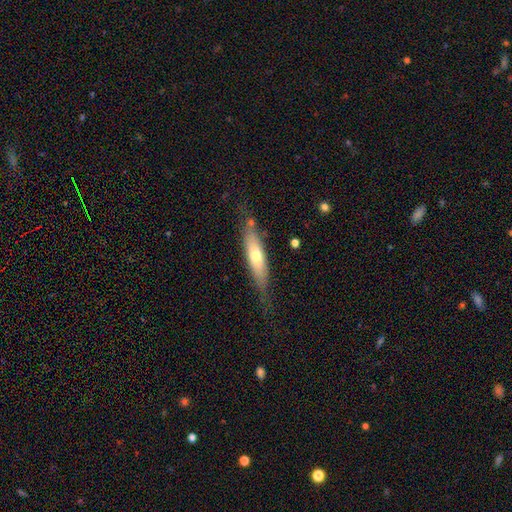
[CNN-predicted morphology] smooth 57%, featured or disk 38%, star or artifact 6%. Down the decision tree: how rounded — cigar-shaped (68%); merging — none (70%).